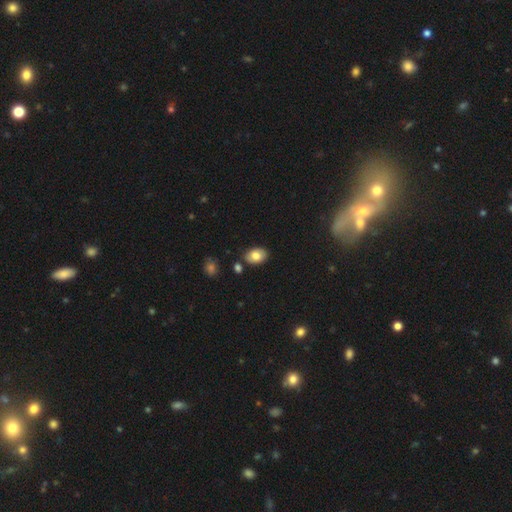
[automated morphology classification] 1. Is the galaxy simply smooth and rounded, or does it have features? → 80% smooth, 12% featured or disk, 8% star or artifact.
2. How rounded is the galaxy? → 85% in between, 13% round, 1% cigar-shaped.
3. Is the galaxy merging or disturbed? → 82% none, 11% minor disturbance, 5% merger, 2% major disturbance.